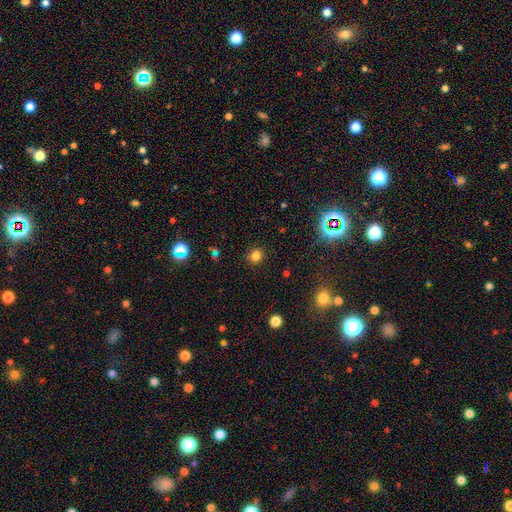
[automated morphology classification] The model was most divided on "smooth or featured": smooth: 78%, star or artifact: 17%, featured or disk: 5%. More confident: merging — none (87%); how rounded — round (82%).